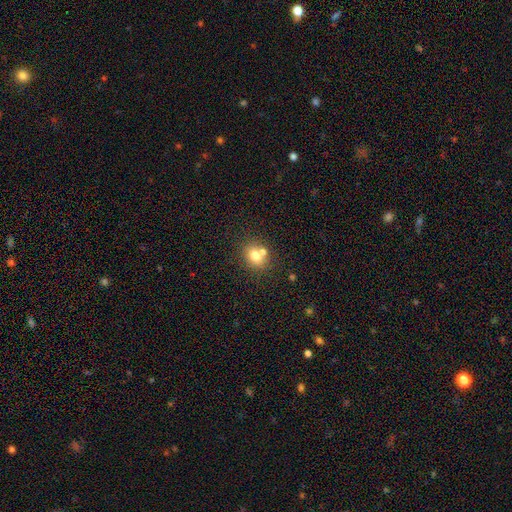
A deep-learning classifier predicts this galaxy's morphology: smooth_or_featured: smooth (p=0.73) [alt: featured or disk p=0.14]
how_rounded: round (p=0.60) [alt: in between p=0.39]
merging: none (p=0.61) [alt: merger p=0.26]